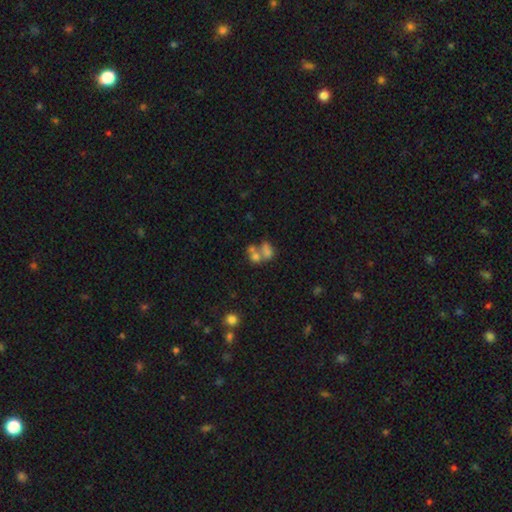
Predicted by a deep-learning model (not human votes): Smooth or featured? smooth (60%)
How rounded? round (52%)
Merging? merger (61%)